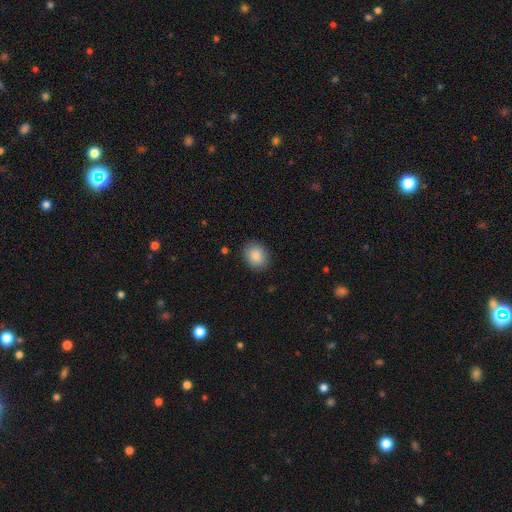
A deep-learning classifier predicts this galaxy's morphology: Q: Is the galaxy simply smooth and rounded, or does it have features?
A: smooth — 87%.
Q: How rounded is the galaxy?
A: round — 53%.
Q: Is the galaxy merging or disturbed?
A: none — 88%.